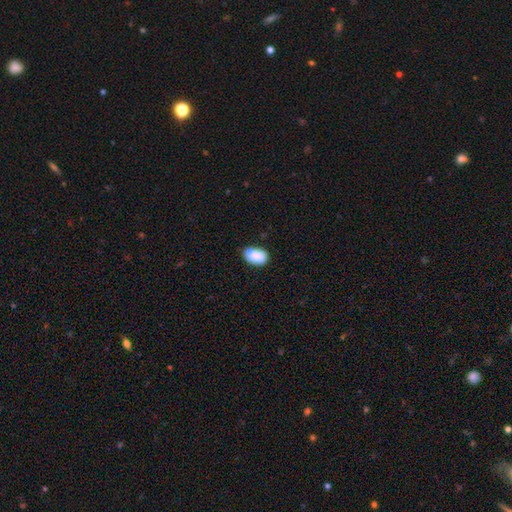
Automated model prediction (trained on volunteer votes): Smooth or featured? smooth (88%)
How rounded? in between (91%)
Merging? none (72%)